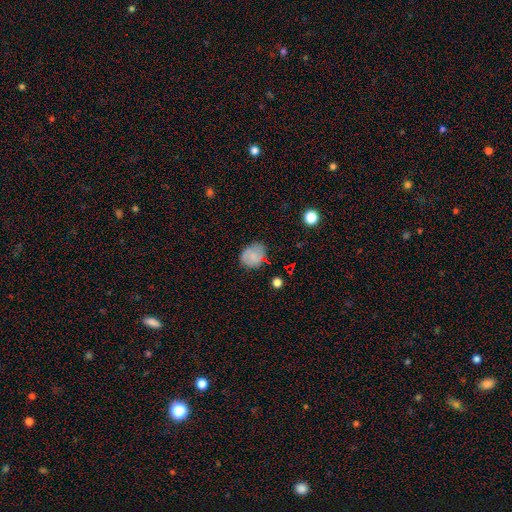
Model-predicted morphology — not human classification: Smooth or featured? Predicted: smooth (p=0.77). How rounded? Predicted: round (p=0.51). Merging? Predicted: none (p=0.68).